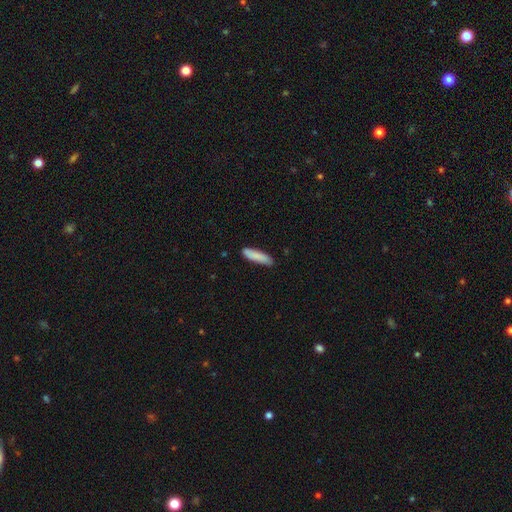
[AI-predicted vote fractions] Smooth or featured? Predicted: smooth (p=0.87). How rounded? Predicted: cigar-shaped (p=0.79). Merging? Predicted: none (p=0.85).